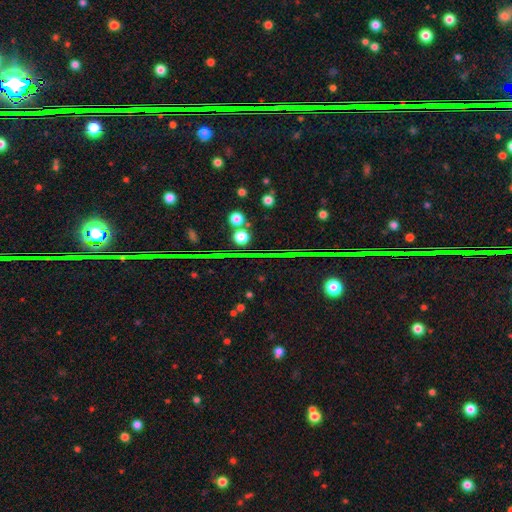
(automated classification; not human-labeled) Morphology: type=star or artifact (83%).